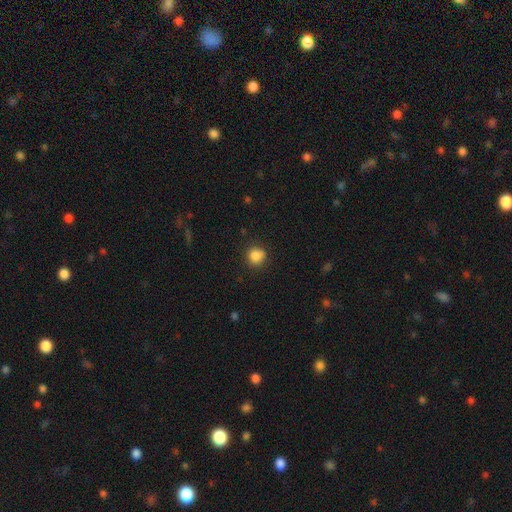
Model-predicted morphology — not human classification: Overall: smooth (84%). How rounded: round (86%). Merging: none (75%).